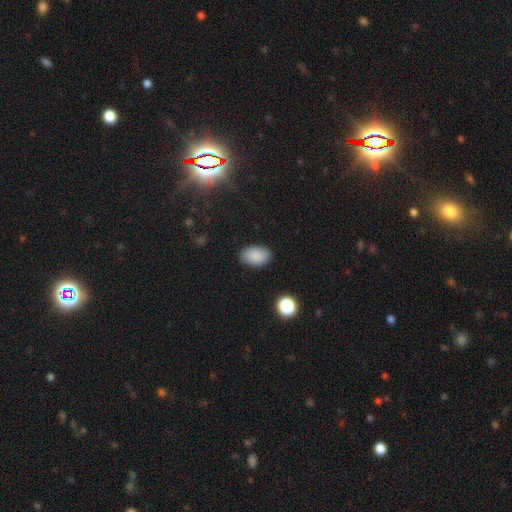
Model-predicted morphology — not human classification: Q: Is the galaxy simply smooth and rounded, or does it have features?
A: smooth — 87%.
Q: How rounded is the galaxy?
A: in between — 91%.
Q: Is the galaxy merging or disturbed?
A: none — 87%.